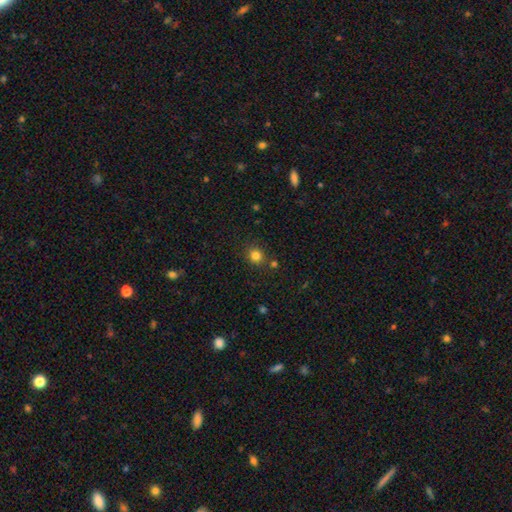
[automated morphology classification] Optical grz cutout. It shows a smooth galaxy with no disk features (81%) that is round (86%). Merging: none (82%).